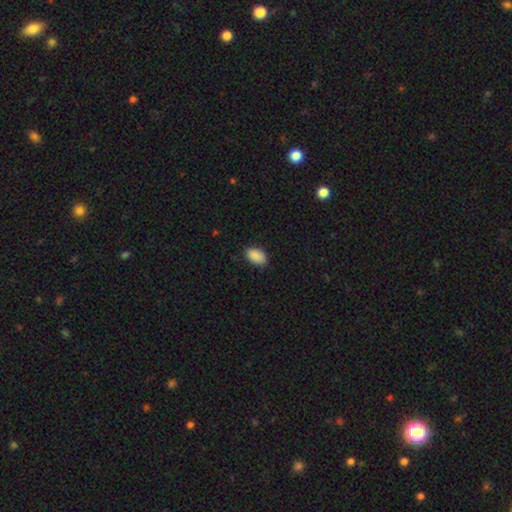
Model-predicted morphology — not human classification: smooth-or-featured: smooth: 90% | star or artifact: 7% | featured or disk: 3%
  how-rounded: in between: 92% | round: 7% | cigar-shaped: 1%
  merging: none: 84% | minor disturbance: 13% | major disturbance: 2% | merger: 1%